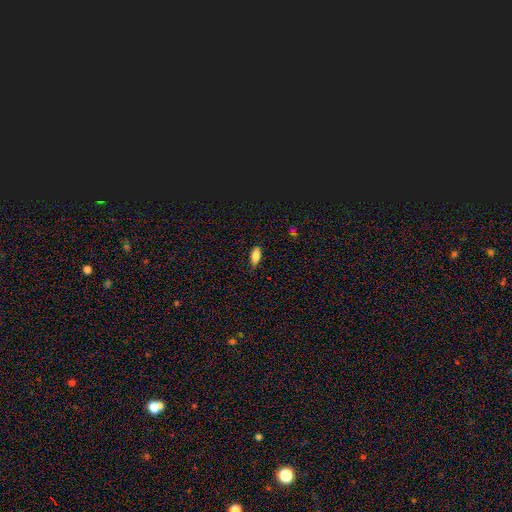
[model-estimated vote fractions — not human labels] Smooth or featured: smooth — 83% (featured or disk — 9%)
How rounded: in between — 82% (cigar-shaped — 15%)
Merging: none — 80% (minor disturbance — 16%)